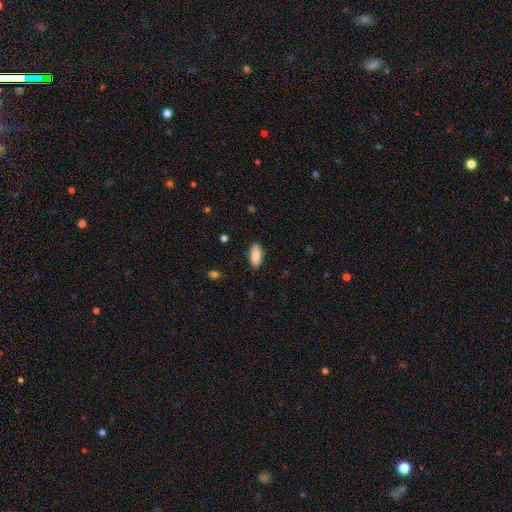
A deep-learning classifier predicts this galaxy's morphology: This is clearly a smooth galaxy (87%). How rounded: clearly in between (83%). Merging: clearly none (84%).